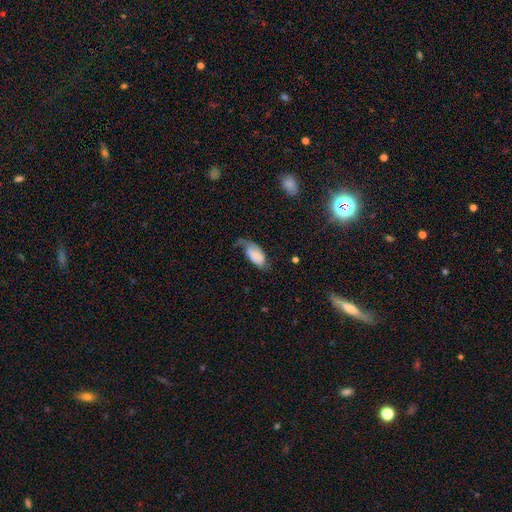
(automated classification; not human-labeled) Q: Smooth or featured?
A: smooth (50%); runner-up: featured or disk (43%)
Q: Merging?
A: major disturbance (34%); runner-up: none (33%)